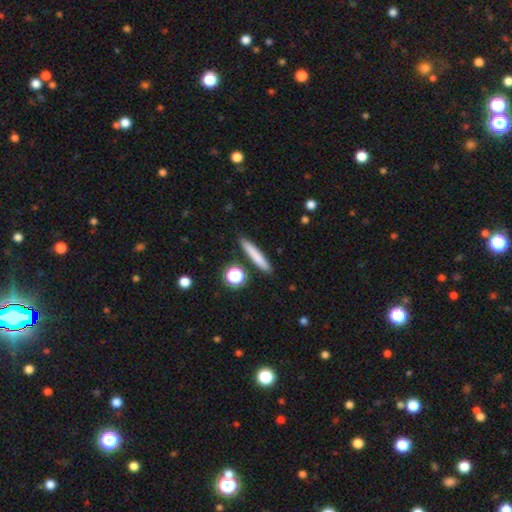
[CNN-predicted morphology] A smooth galaxy with no disk features (75%) that is cigar-shaped (91%).

Vote fractions:
- Smooth or featured? smooth: 75% / featured or disk: 17% / star or artifact: 8%
- How rounded? cigar-shaped: 91% / in between: 6% / round: 3%
- Merging? none: 88% / minor disturbance: 7% / merger: 3% / major disturbance: 2%